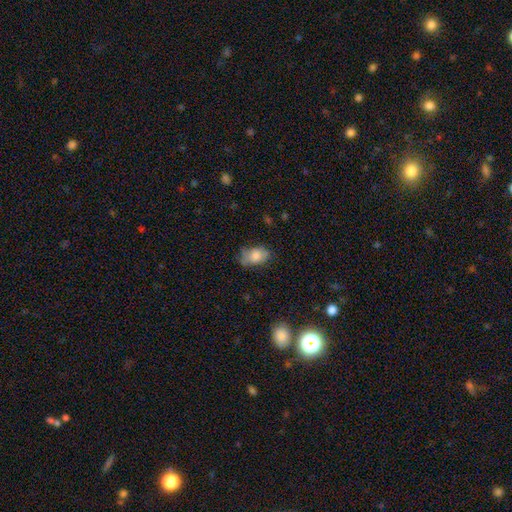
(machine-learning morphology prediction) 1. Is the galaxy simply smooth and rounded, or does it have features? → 78% smooth, 14% featured or disk, 8% star or artifact.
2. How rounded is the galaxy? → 89% in between, 9% round, 2% cigar-shaped.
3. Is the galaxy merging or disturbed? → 60% none, 30% minor disturbance, 8% major disturbance, 2% merger.